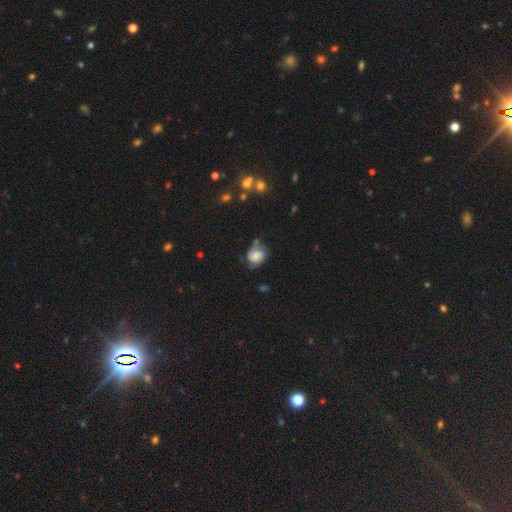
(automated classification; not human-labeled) Smooth or featured? smooth (48%)
Merging? none (55%)